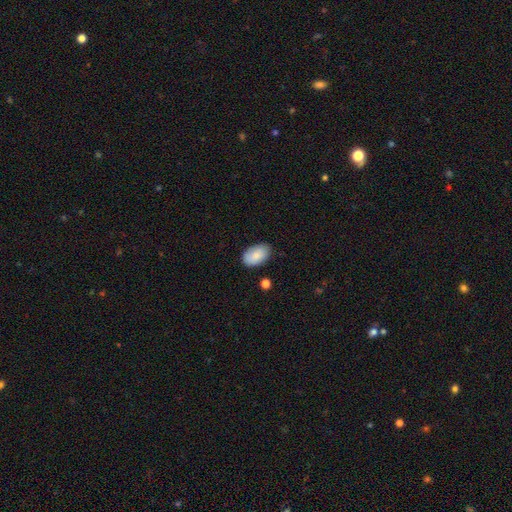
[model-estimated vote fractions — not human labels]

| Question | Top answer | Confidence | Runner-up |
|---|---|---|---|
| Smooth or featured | smooth | 84% | featured or disk (9%) |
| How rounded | in between | 94% | round (5%) |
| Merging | none | 80% | minor disturbance (15%) |